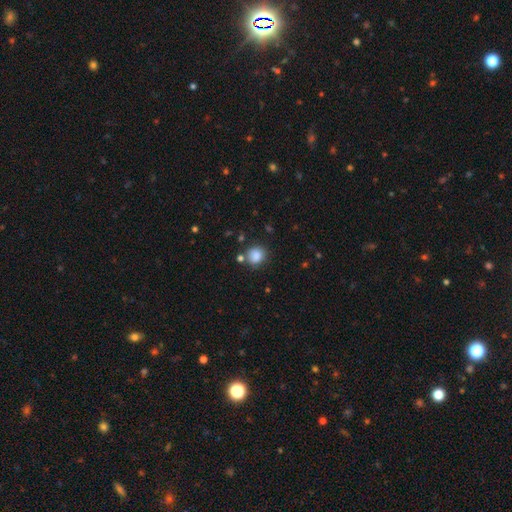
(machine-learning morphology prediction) This appears to be a smooth galaxy with no disk features (85%) that is round (79%). Merging: none (73%).